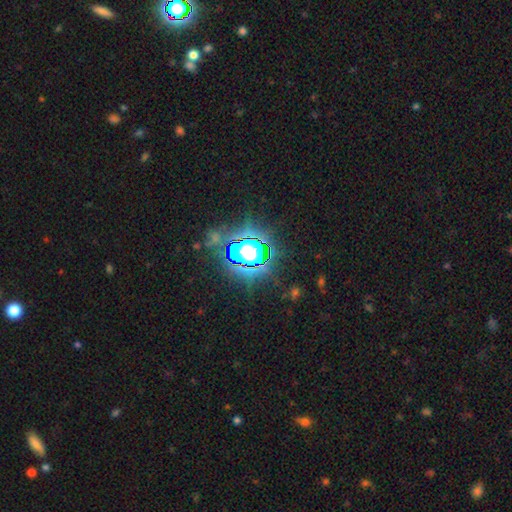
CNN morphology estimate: Overall: star or artifact (84%).